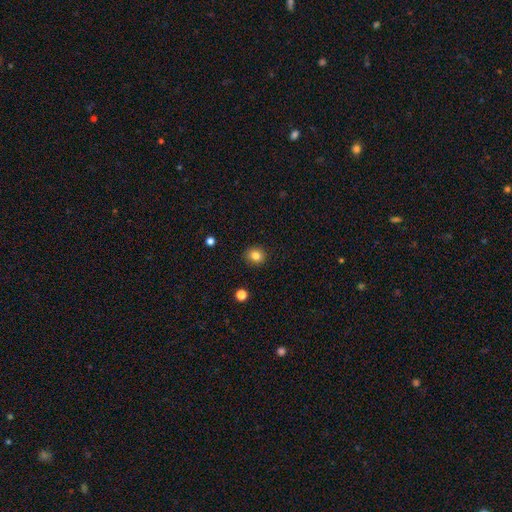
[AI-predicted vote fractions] Smooth or featured?
  - smooth: 83% *
  - star or artifact: 11%
  - featured or disk: 6%
How rounded?
  - round: 81% *
  - in between: 18%
  - cigar-shaped: 1%
Merging?
  - none: 90% *
  - minor disturbance: 7%
  - major disturbance: 2%
  - merger: 1%